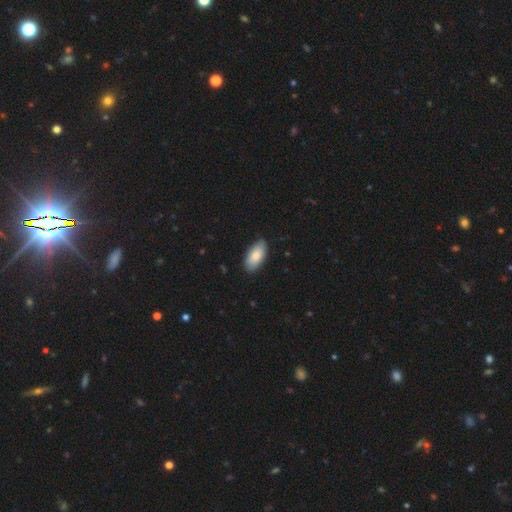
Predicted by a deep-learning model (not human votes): smooth-or-featured: smooth: 83% | featured or disk: 11% | star or artifact: 5%
  how-rounded: in between: 93% | cigar-shaped: 5% | round: 2%
  merging: none: 87% | minor disturbance: 10% | major disturbance: 2% | merger: 1%